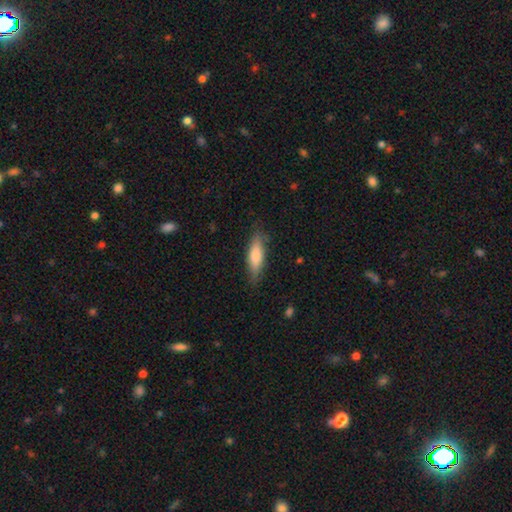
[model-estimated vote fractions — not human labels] The model was most divided on "how rounded": cigar-shaped: 55%, in between: 43%, round: 2%. More confident: merging — none (80%); smooth or featured — smooth (74%).